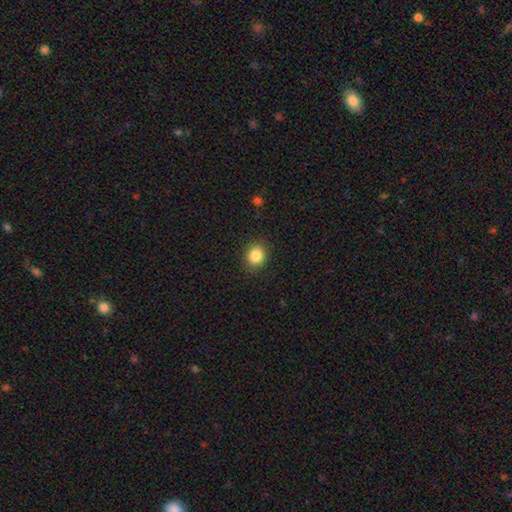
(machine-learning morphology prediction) Smooth or featured? Predicted: smooth (p=0.86). How rounded? Predicted: round (p=0.77). Merging? Predicted: none (p=0.90).